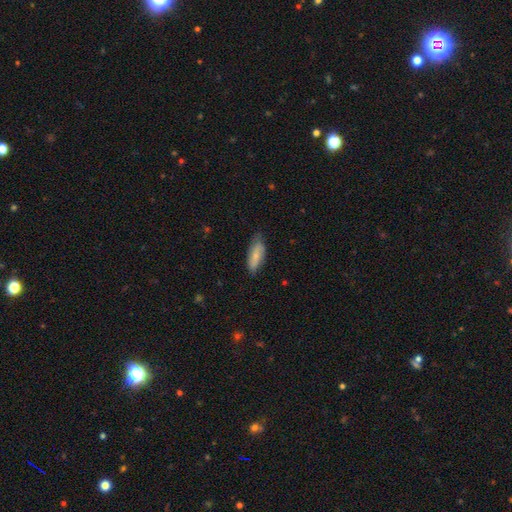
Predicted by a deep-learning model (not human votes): Smooth or featured: smooth — 73% (featured or disk — 21%)
How rounded: in between — 70% (cigar-shaped — 28%)
Merging: none — 68% (minor disturbance — 27%)